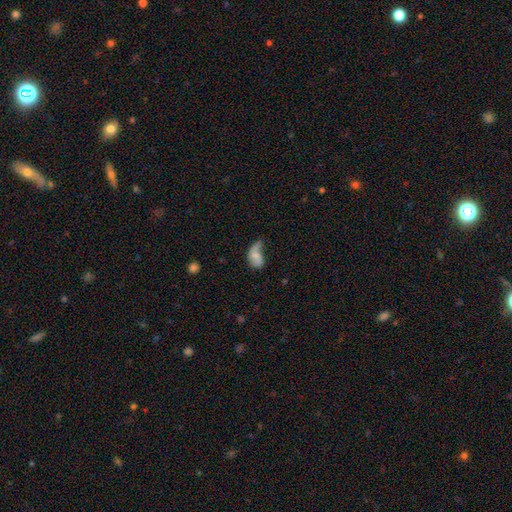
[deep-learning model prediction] Smooth or featured: smooth — 51% (featured or disk — 39%)
How rounded: in between — 87% (round — 10%)
Merging: major disturbance — 37% (minor disturbance — 30%)